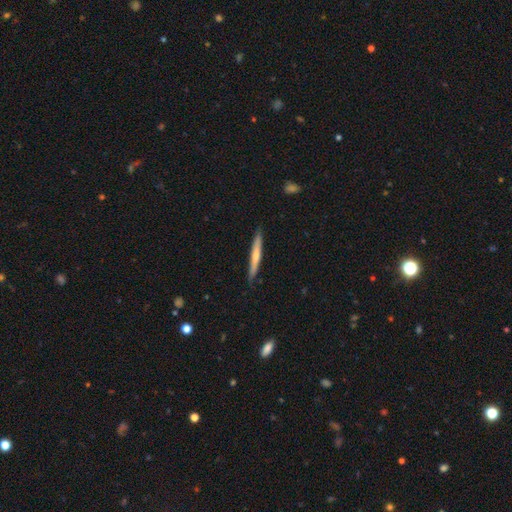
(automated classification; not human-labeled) Morphology: type=smooth (52%); roundness=cigar-shaped (96%); merging=none (87%).